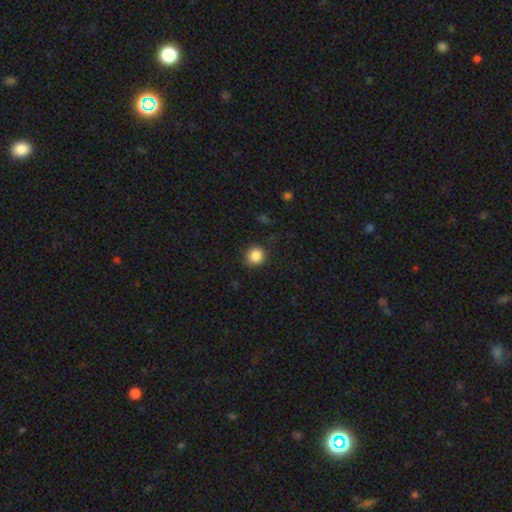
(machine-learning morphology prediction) smooth_or_featured: smooth (p=0.86) [alt: star or artifact p=0.10]
how_rounded: round (p=0.89) [alt: in between p=0.10]
merging: none (p=0.86) [alt: minor disturbance p=0.10]